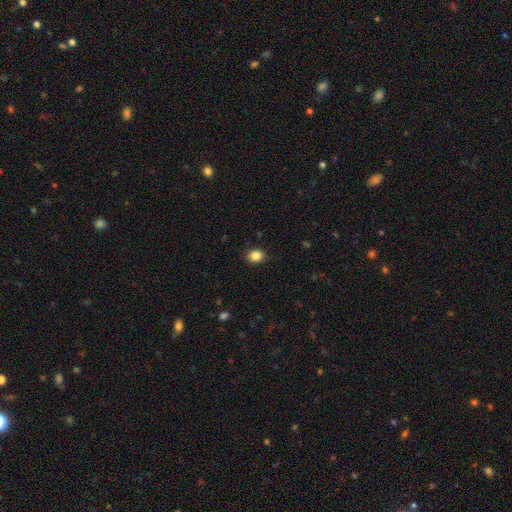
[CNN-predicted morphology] A smooth galaxy with no disk features (85%) that is round (64%).

Vote fractions:
- Smooth or featured? smooth: 85% / star or artifact: 10% / featured or disk: 5%
- How rounded? round: 64% / in between: 35% / cigar-shaped: 1%
- Merging? none: 88% / minor disturbance: 9% / major disturbance: 2% / merger: 1%